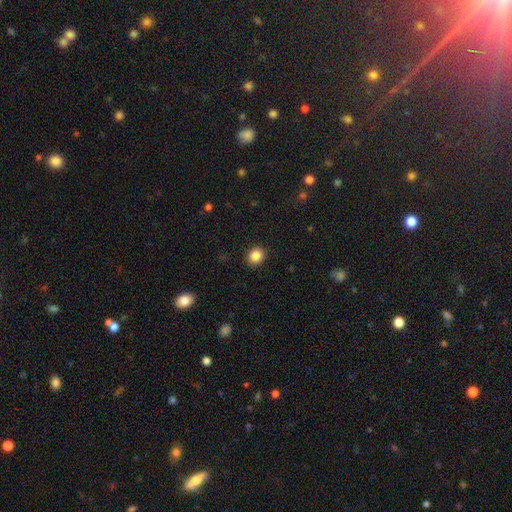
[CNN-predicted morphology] The model was most divided on "how rounded": round: 78%, in between: 22%, cigar-shaped: 1%. More confident: merging — none (91%); smooth or featured — smooth (86%).